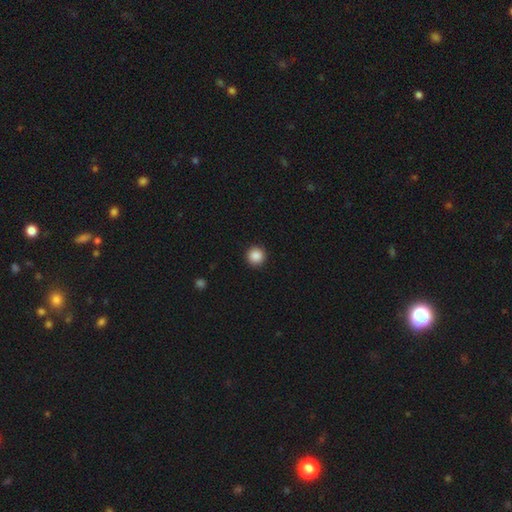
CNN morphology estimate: smooth 88%, star or artifact 9%, featured or disk 3%. Down the decision tree: how rounded — round (96%); merging — none (93%).